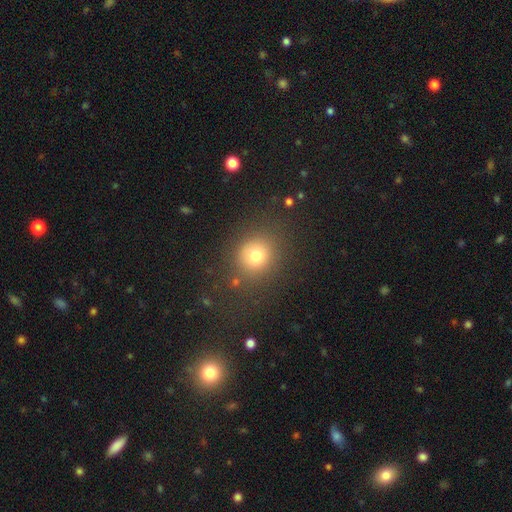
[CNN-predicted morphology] Overall: smooth (76%). How rounded: round (78%). Merging: none (80%).